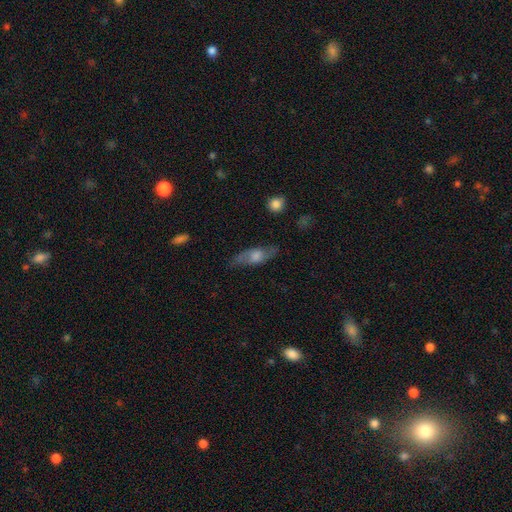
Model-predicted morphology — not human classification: Smooth or featured?
  - featured or disk: 52% *
  - smooth: 40%
  - star or artifact: 8%
Edge-on disk?
  - no: 59% *
  - yes: 41%
Merging?
  - none: 77% *
  - minor disturbance: 16%
  - major disturbance: 6%
  - merger: 2%